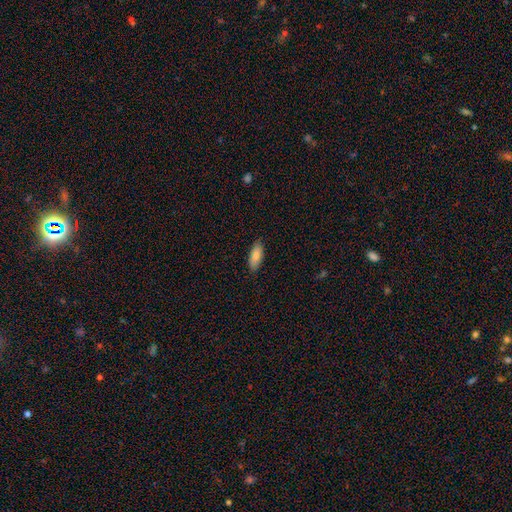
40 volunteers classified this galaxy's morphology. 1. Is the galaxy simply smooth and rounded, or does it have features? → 82% smooth, 10% star or artifact, 8% featured or disk.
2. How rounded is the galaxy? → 55% in between, 45% cigar-shaped, 0% round.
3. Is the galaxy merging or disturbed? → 92% none, 8% minor disturbance, 0% major disturbance, 0% merger.